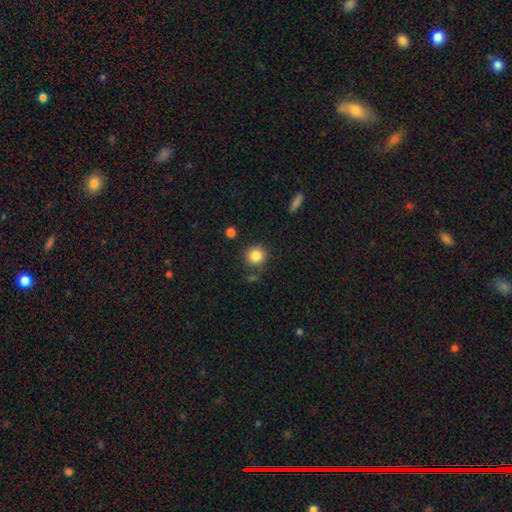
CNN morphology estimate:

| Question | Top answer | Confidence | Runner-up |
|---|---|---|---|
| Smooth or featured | smooth | 85% | star or artifact (10%) |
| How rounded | round | 91% | in between (8%) |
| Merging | none | 83% | minor disturbance (9%) |